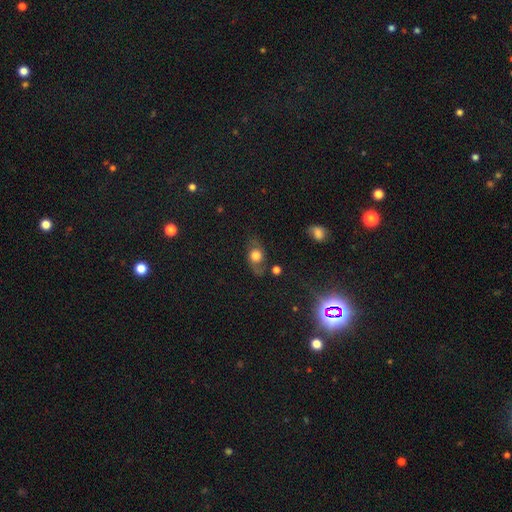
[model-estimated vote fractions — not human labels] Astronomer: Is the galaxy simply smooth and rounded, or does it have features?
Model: smooth — 49% (runner-up: featured or disk, 40%).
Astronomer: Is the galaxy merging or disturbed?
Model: none — 69%.